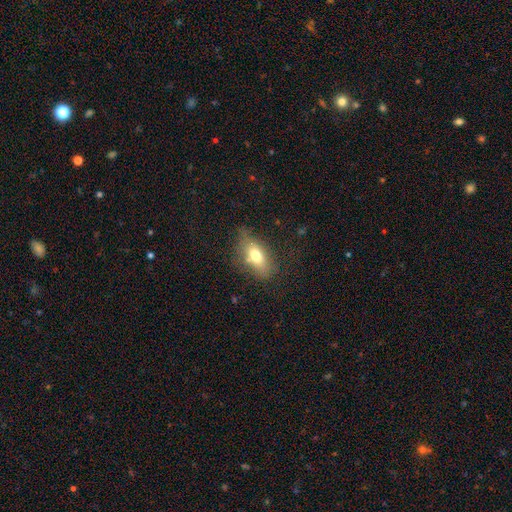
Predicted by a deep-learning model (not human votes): Morphology: type=smooth (72%); roundness=in between (85%); merging=none (62%).